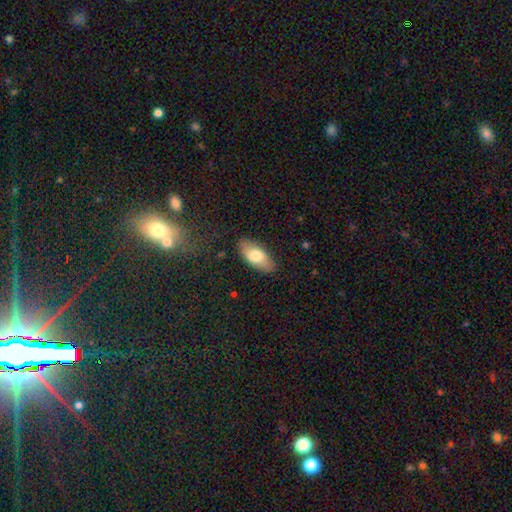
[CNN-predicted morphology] This is likely a smooth galaxy (74%). How rounded: clearly in between (89%). Merging: clearly none (85%).